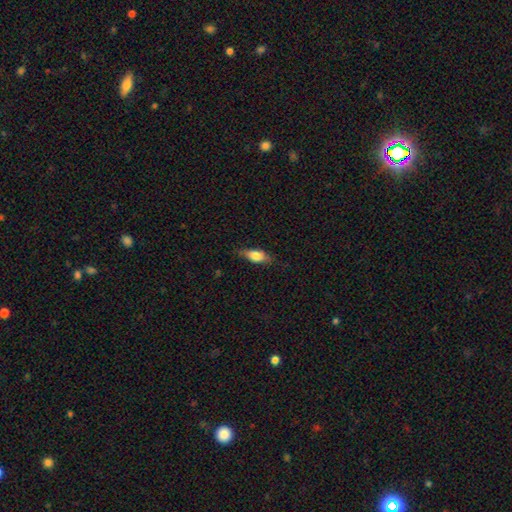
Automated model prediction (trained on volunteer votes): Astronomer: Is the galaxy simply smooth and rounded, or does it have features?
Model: smooth — 74%.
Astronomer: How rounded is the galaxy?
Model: in between — 77%.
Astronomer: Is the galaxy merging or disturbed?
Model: none — 74%.